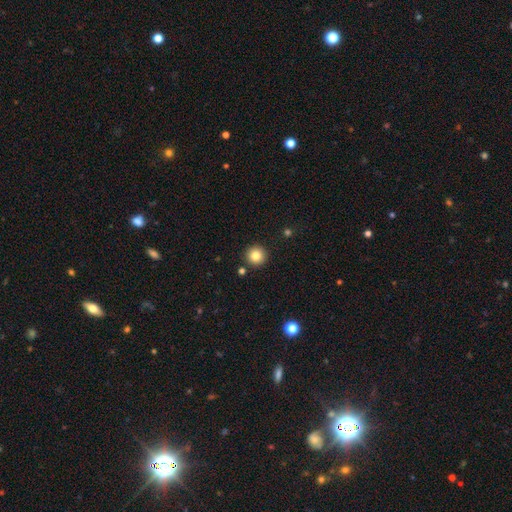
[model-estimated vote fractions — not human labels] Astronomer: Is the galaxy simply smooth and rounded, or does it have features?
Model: smooth — 84%.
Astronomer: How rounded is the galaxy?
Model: round — 96%.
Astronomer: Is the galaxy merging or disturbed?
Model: none — 90%.